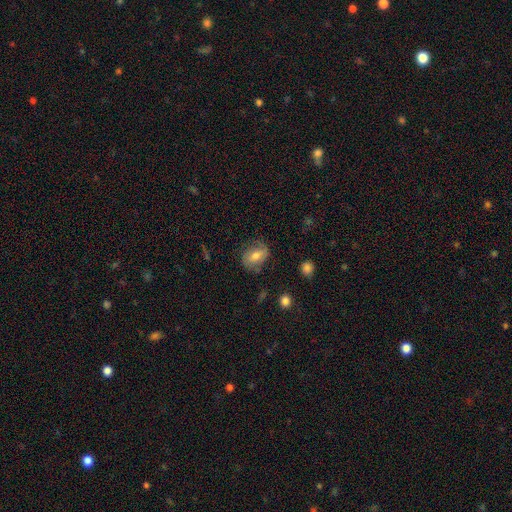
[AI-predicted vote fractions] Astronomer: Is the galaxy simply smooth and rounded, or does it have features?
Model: smooth — 59%.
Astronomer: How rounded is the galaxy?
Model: in between — 69%.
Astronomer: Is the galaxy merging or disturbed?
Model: none — 67%.